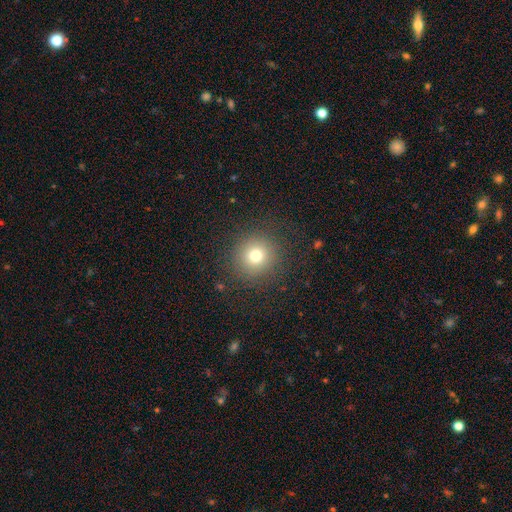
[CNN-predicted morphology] The model was most divided on "smooth or featured": smooth: 74%, star or artifact: 16%, featured or disk: 10%. More confident: how rounded — round (93%); merging — none (87%).